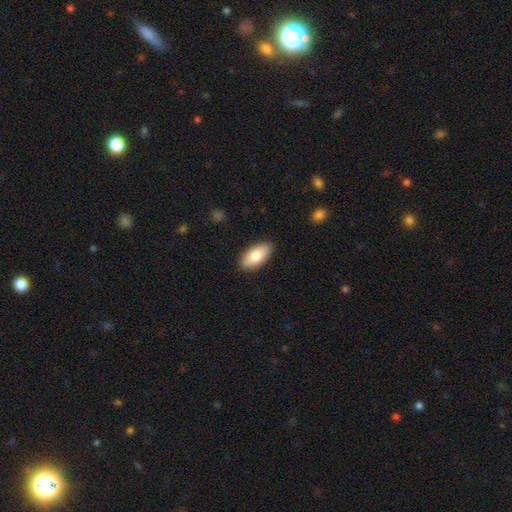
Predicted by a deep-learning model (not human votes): Morphology: type=smooth (81%); roundness=in between (92%); merging=none (89%).